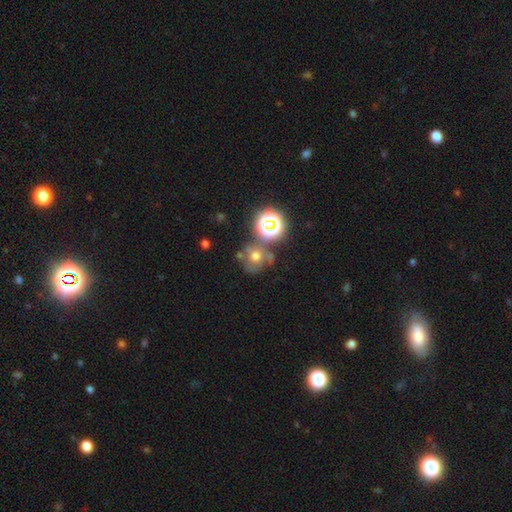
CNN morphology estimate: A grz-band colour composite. It shows a smooth galaxy with no disk features (48%). Merging: none (49%).